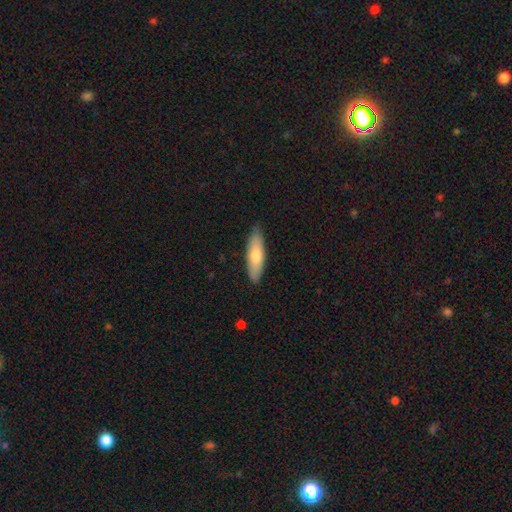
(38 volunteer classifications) Smooth or featured? smooth (66%)
How rounded? cigar-shaped (64%)
Merging? none (91%)